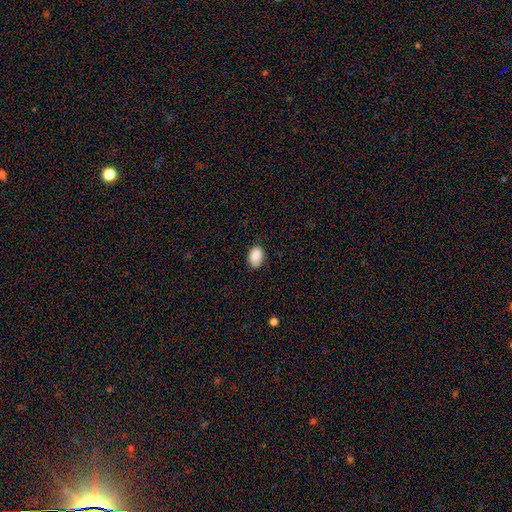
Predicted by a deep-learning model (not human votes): smooth 89%, star or artifact 7%, featured or disk 4%. Down the decision tree: how rounded — in between (84%); merging — none (82%).